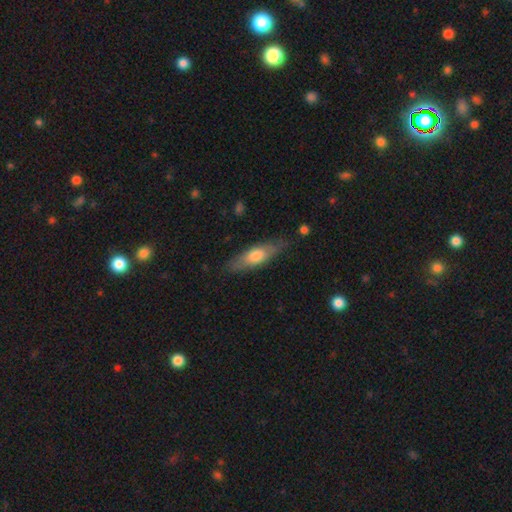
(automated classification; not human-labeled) Smooth or featured?
  - smooth: 61% *
  - featured or disk: 34%
  - star or artifact: 6%
How rounded?
  - cigar-shaped: 50% *
  - in between: 47%
  - round: 2%
Merging?
  - none: 78% *
  - minor disturbance: 16%
  - major disturbance: 4%
  - merger: 2%